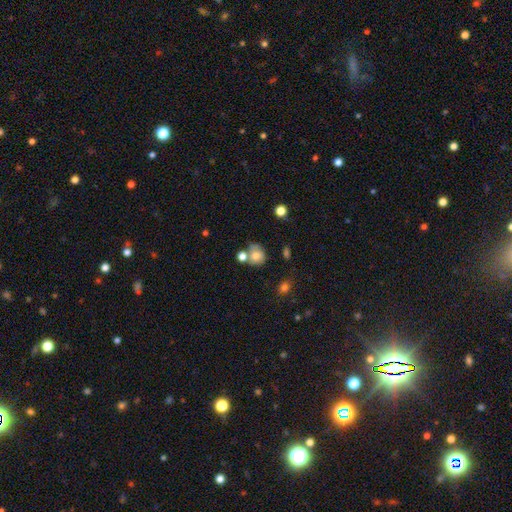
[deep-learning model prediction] Q: Smooth or featured?
A: smooth (70%); runner-up: featured or disk (19%)
Q: How rounded?
A: round (66%); runner-up: in between (33%)
Q: Merging?
A: none (42%); runner-up: merger (28%)